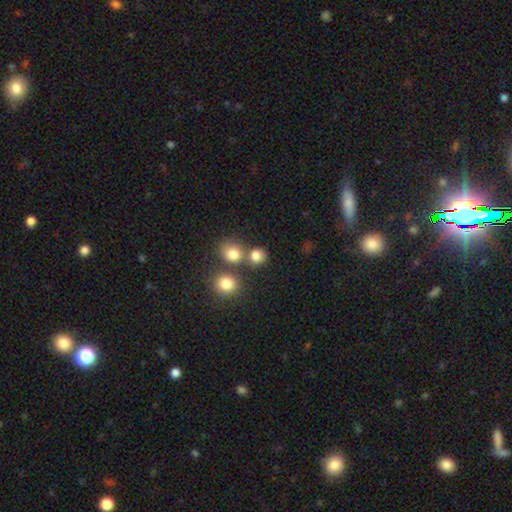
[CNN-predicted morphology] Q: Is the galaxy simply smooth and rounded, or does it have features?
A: smooth — 80%.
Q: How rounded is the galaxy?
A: round — 82%.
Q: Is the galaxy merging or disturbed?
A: none — 61%.